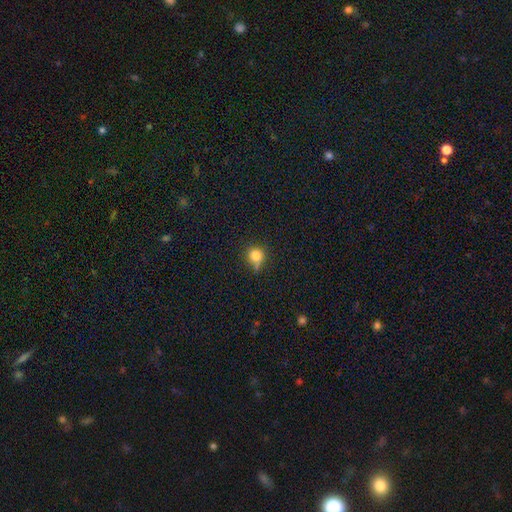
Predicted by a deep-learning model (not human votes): Q: Smooth or featured?
A: smooth (80%); runner-up: star or artifact (12%)
Q: How rounded?
A: round (85%); runner-up: in between (14%)
Q: Merging?
A: none (53%); runner-up: minor disturbance (30%)